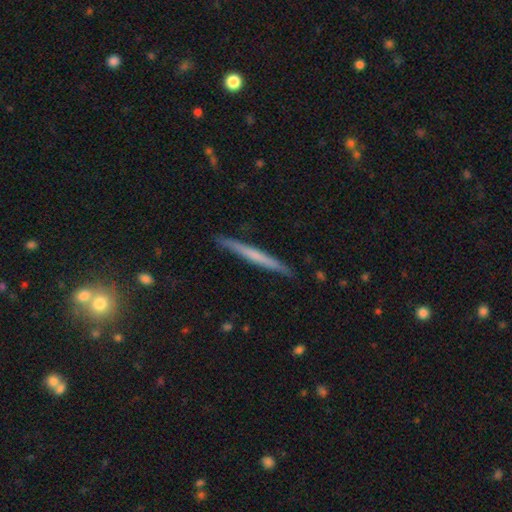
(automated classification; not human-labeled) Smooth or featured?
  - smooth: 47% * (tied)
  - featured or disk: 47% * (tied)
  - star or artifact: 6%
Merging?
  - none: 90% *
  - minor disturbance: 7%
  - major disturbance: 1%
  - merger: 1%